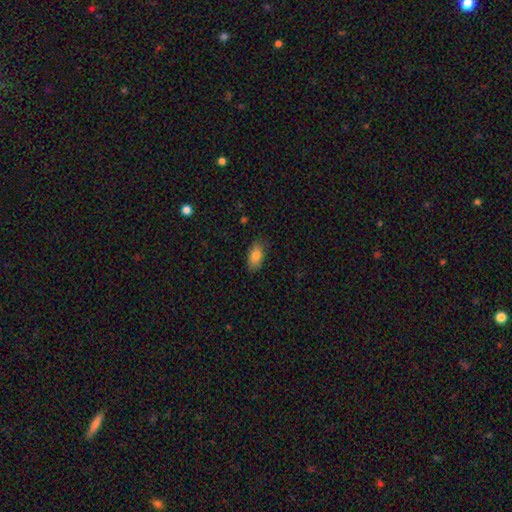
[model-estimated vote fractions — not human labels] A smooth galaxy with no disk features (83%) that is in between round and cigar-shaped (91%). Merging: none (84%).